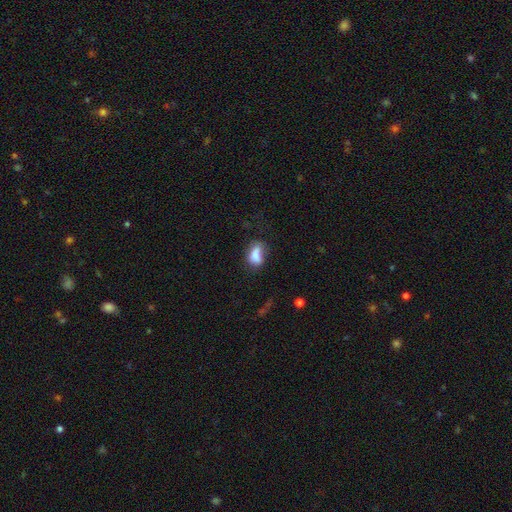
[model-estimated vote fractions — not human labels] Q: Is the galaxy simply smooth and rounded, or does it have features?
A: smooth — 77%.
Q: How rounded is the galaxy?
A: in between — 82%.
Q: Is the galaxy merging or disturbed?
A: none — 40%.